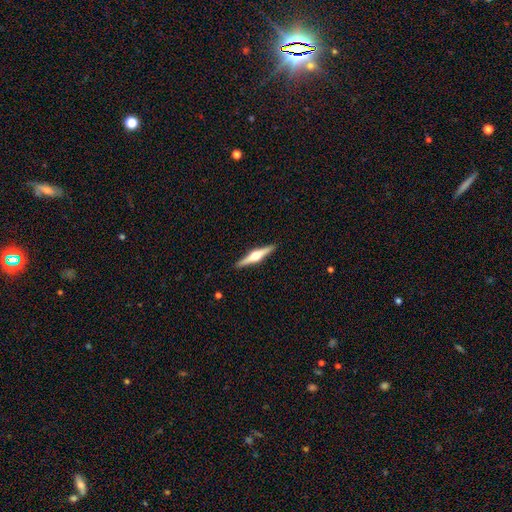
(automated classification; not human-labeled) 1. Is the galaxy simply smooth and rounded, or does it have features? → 76% featured or disk, 19% smooth, 5% star or artifact.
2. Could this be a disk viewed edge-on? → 98% yes, 2% no.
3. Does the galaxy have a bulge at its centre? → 95% rounded, 3% boxy, 2% none.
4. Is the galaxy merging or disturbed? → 92% none, 6% minor disturbance, 1% major disturbance, 1% merger.